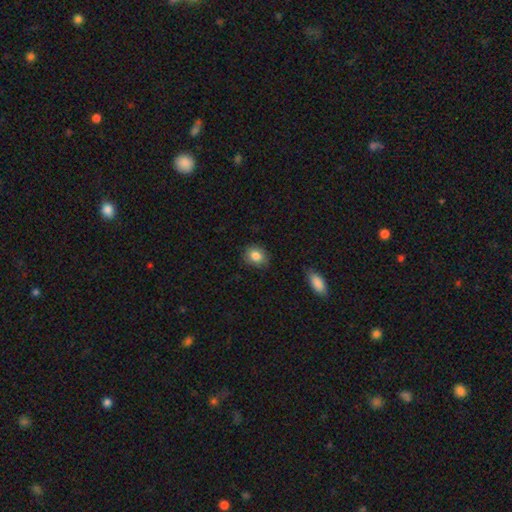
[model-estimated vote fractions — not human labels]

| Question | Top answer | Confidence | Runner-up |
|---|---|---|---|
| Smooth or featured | smooth | 85% | star or artifact (9%) |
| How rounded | round | 52% | in between (47%) |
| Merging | none | 81% | minor disturbance (15%) |